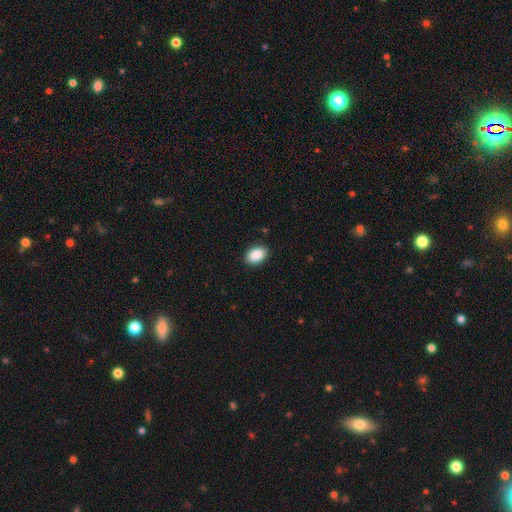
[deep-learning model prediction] Smooth or featured?
  - smooth: 90% *
  - star or artifact: 7%
  - featured or disk: 3%
How rounded?
  - in between: 89% *
  - round: 10%
  - cigar-shaped: 1%
Merging?
  - none: 89% *
  - minor disturbance: 9%
  - major disturbance: 2%
  - merger: 1%